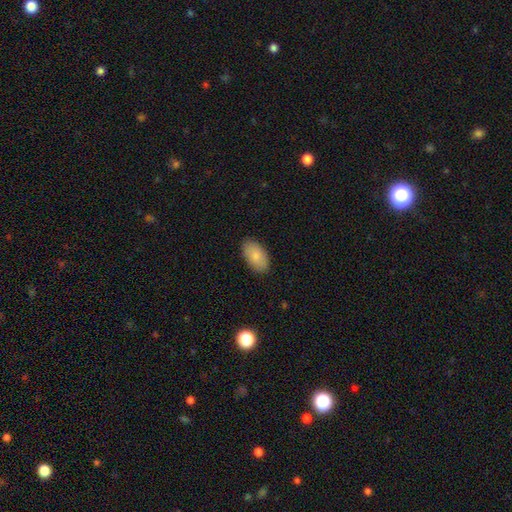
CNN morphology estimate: A smooth galaxy with no disk features (84%) that is in between round and cigar-shaped (95%). Merging: none (87%).